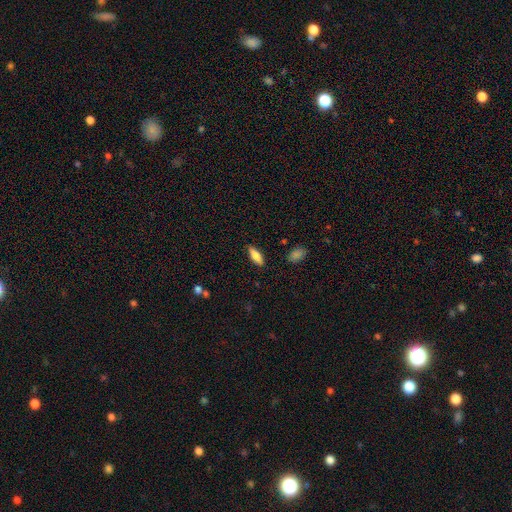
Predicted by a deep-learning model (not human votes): Overall: smooth (75%). How rounded: in between (66%; cigar-shaped 32%). Merging: none (87%).